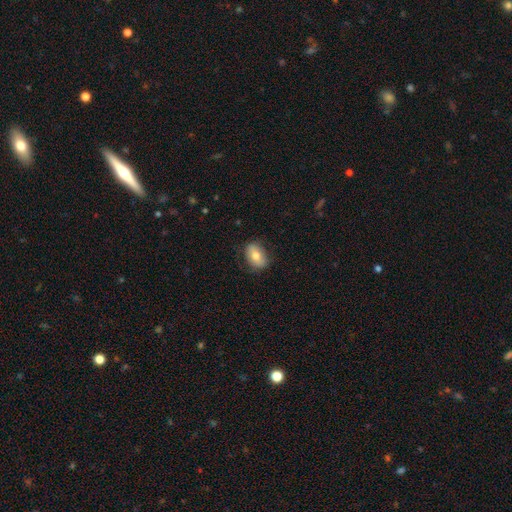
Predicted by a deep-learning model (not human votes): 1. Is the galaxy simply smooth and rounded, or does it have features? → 73% smooth, 20% featured or disk, 7% star or artifact.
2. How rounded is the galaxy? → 83% in between, 15% round, 2% cigar-shaped.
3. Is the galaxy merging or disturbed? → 79% none, 16% minor disturbance, 4% major disturbance, 1% merger.